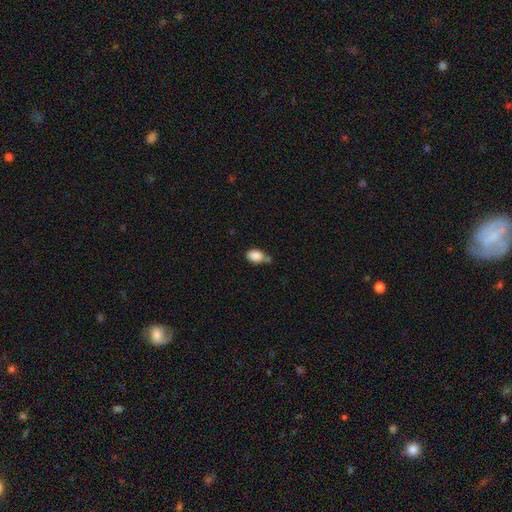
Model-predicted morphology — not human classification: The model was most divided on "merging": none: 46%, minor disturbance: 25%, merger: 22%, major disturbance: 7%. More confident: smooth or featured — smooth (87%); how rounded — in between (78%).